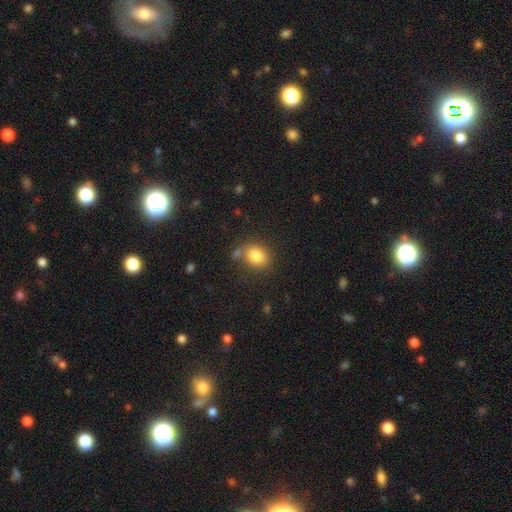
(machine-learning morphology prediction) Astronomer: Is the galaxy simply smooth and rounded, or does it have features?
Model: smooth — 83%.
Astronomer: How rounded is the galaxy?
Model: in between — 56% (runner-up: round, 43%).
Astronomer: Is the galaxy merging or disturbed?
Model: none — 68%.